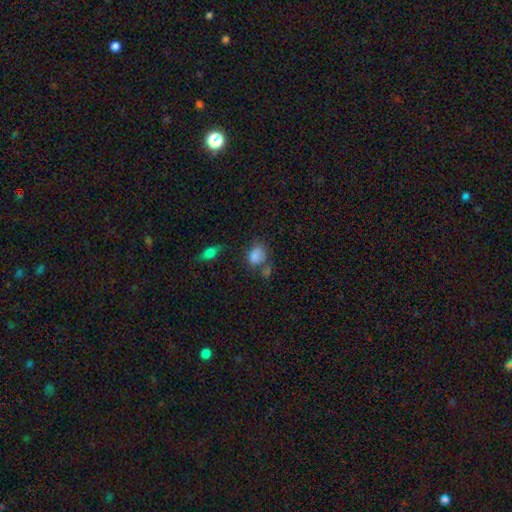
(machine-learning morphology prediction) smooth-or-featured: smooth: 80% | star or artifact: 12% | featured or disk: 9%
  how-rounded: in between: 68% | round: 30% | cigar-shaped: 2%
  merging: none: 46% | minor disturbance: 23% | merger: 19% | major disturbance: 12%